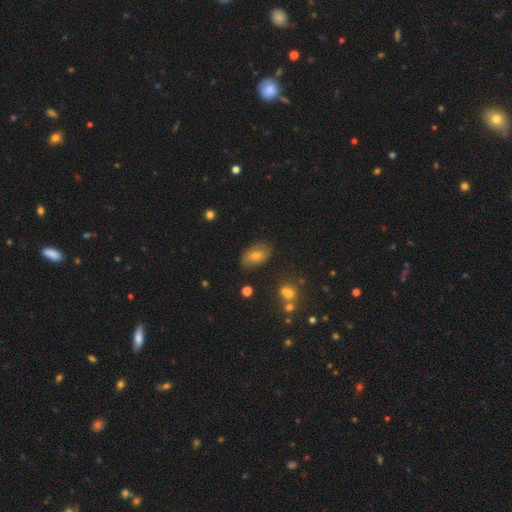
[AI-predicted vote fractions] This appears to be a smooth galaxy with no disk features (68%) that is in between round and cigar-shaped (88%). Merging: none (73%).